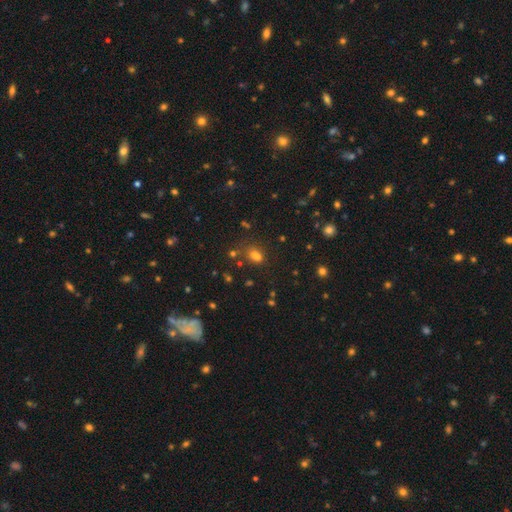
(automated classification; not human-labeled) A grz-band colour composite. It shows a smooth galaxy with no disk features (66%) that is in between round and cigar-shaped (58%). Merging: none (55%).